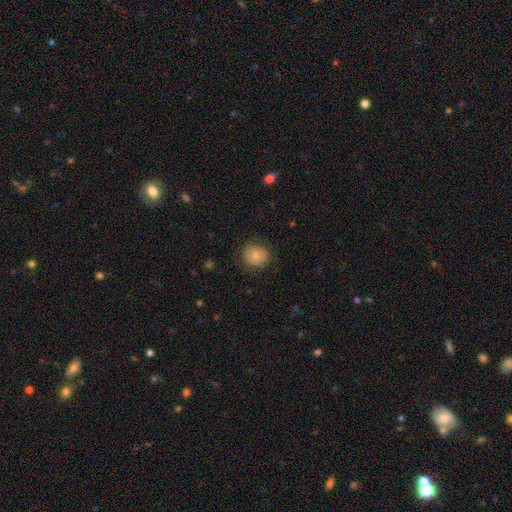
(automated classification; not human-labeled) A smooth galaxy with no disk features (81%) that is round (76%). Merging: none (80%).